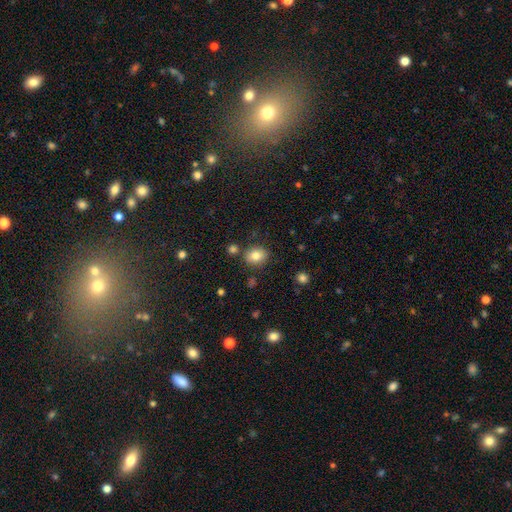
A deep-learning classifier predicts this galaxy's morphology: A smooth galaxy with no disk features (82%) that is round (57%). Merging: none (80%).